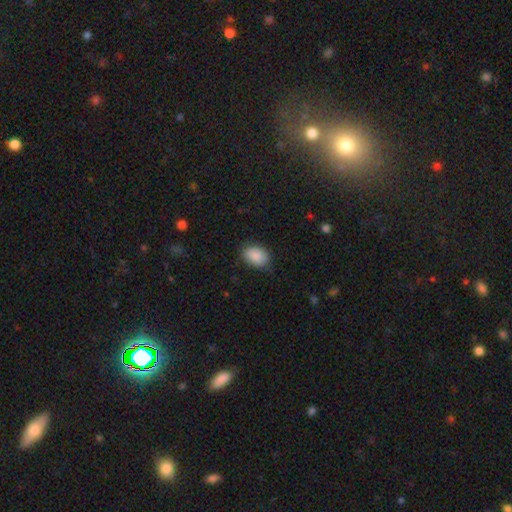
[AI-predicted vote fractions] smooth-or-featured: smooth: 88% | star or artifact: 7% | featured or disk: 5%
  how-rounded: in between: 82% | round: 17% | cigar-shaped: 1%
  merging: none: 76% | minor disturbance: 19% | major disturbance: 4% | merger: 1%